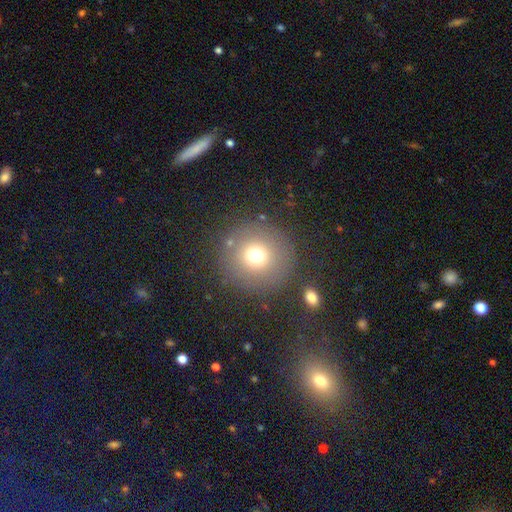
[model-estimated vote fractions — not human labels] Overall: smooth (72%). How rounded: round (95%). Merging: none (83%).